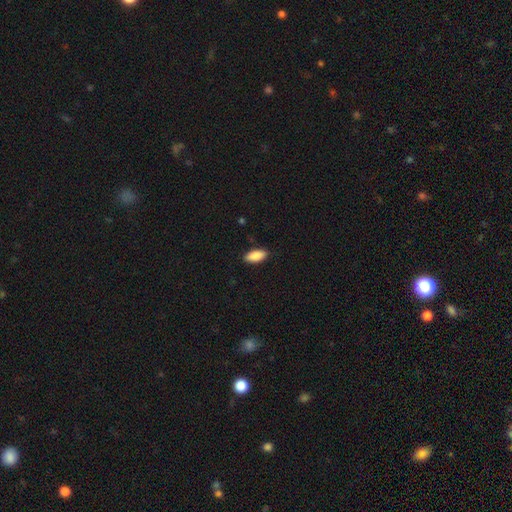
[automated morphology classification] A smooth galaxy with no disk features (87%) that is in between round and cigar-shaped (86%). Merging: none (87%).